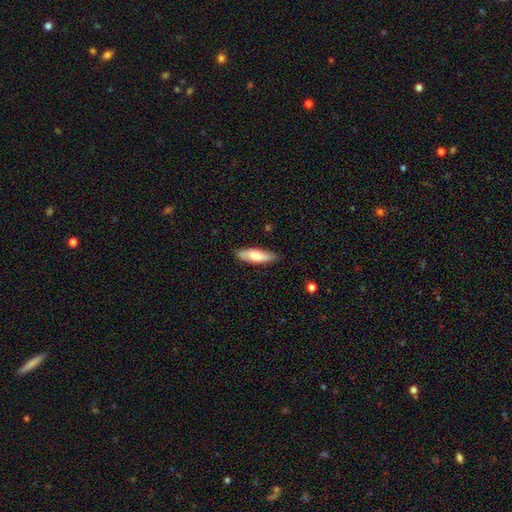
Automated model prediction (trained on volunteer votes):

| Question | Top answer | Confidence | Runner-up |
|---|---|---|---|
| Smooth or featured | smooth | 75% | featured or disk (19%) |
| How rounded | cigar-shaped | 54% | in between (44%) |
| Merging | none | 83% | minor disturbance (13%) |